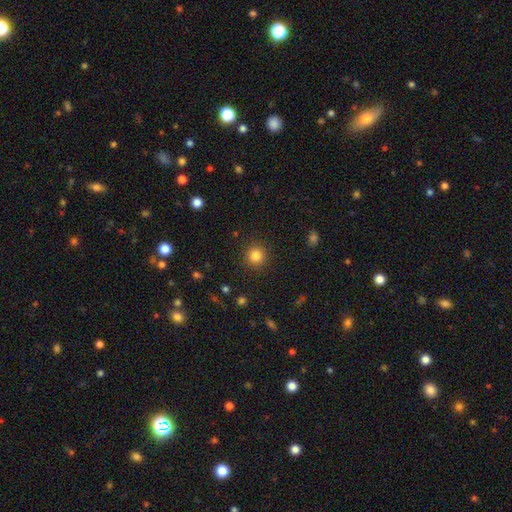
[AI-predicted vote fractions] Overall: smooth (84%). How rounded: round (94%). Merging: none (91%).